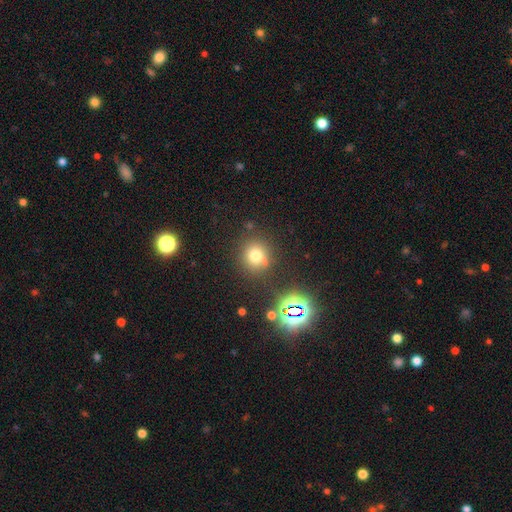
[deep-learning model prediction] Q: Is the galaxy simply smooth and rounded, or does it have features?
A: smooth — 71%.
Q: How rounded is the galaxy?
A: round — 89%.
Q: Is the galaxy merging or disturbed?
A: none — 77%.